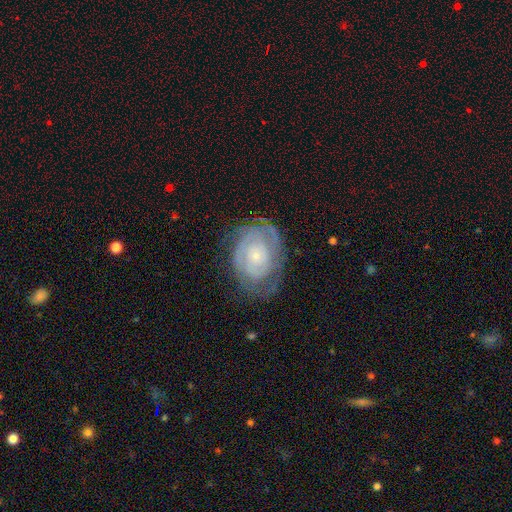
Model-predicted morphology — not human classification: featured or disk 77%, smooth 17%, star or artifact 6%. Down the decision tree: edge-on disk — no (97%); bar — no (80%); spiral arms — yes (86%); spiral arm count — can't tell (46%); spiral winding — tight (72%); bulge size — small (79%); merging — none (66%).